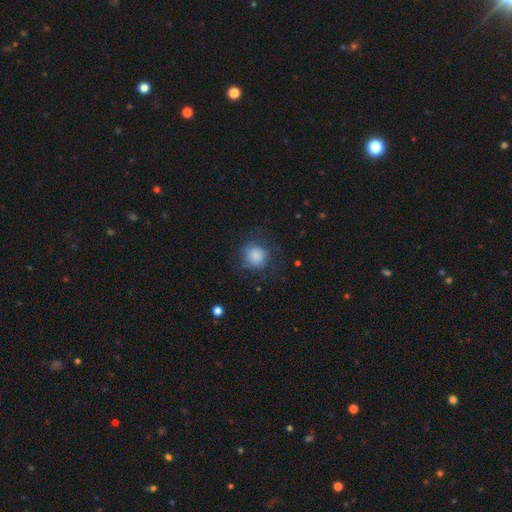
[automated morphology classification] Smooth or featured? smooth (75%)
How rounded? round (87%)
Merging? none (63%)